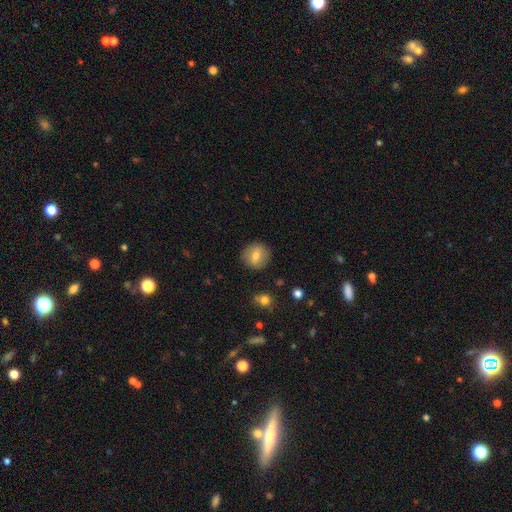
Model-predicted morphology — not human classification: The model was most divided on "smooth or featured": smooth: 71%, featured or disk: 20%, star or artifact: 9%. More confident: how rounded — round (88%); merging — none (88%).